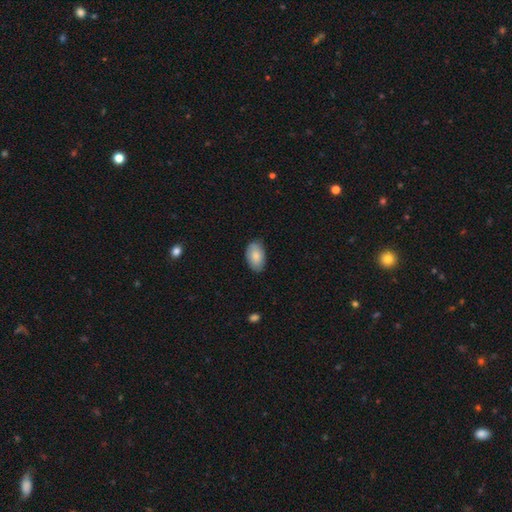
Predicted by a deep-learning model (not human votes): smooth_or_featured: smooth (p=0.84) [alt: featured or disk p=0.10]
how_rounded: in between (p=0.93) [alt: round p=0.06]
merging: none (p=0.81) [alt: minor disturbance p=0.16]